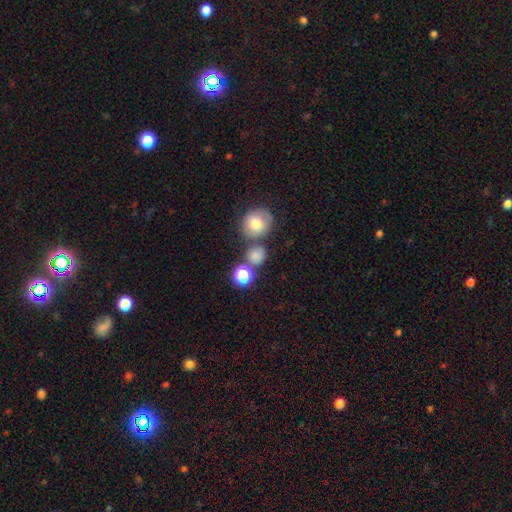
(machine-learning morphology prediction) Smooth or featured? Predicted: smooth (p=0.77). How rounded? Predicted: round (p=0.80). Merging? Predicted: none (p=0.61).